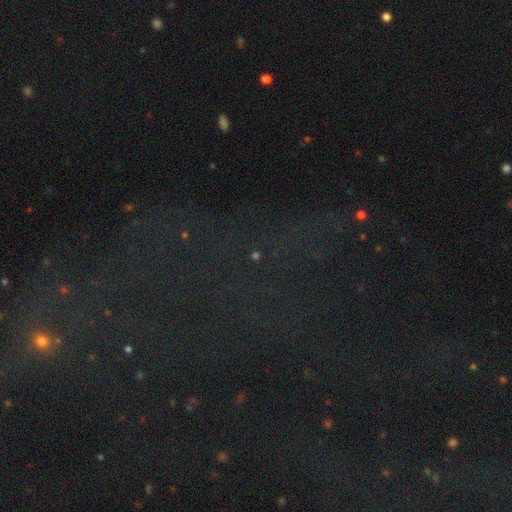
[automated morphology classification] Smooth or featured? star or artifact (77%)